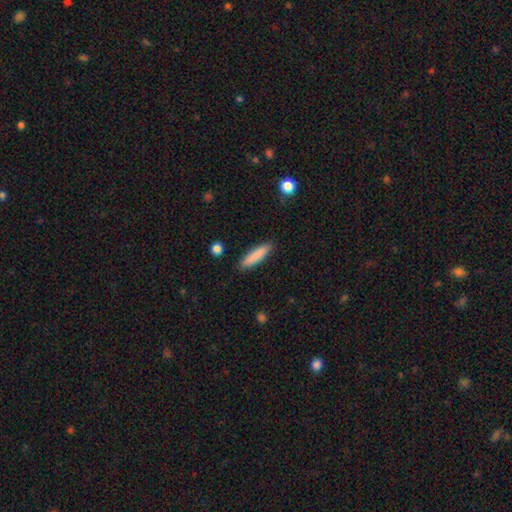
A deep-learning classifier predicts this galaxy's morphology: The model was most divided on "how rounded": cigar-shaped: 80%, in between: 19%, round: 1%. More confident: merging — none (89%); smooth or featured — smooth (85%).